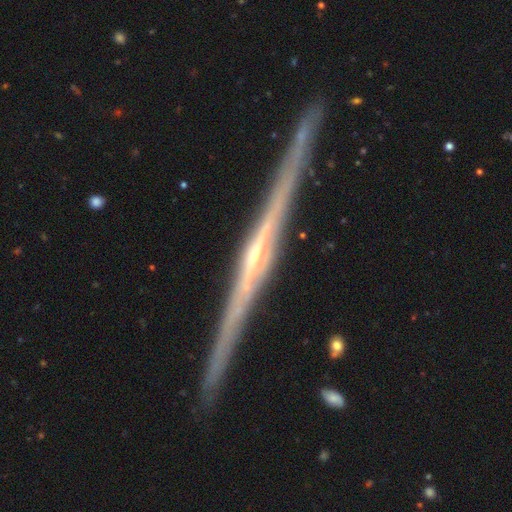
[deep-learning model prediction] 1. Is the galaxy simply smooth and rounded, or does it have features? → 88% featured or disk, 6% star or artifact, 6% smooth.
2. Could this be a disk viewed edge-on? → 98% yes, 2% no.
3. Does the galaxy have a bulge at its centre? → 55% rounded, 31% none, 14% boxy.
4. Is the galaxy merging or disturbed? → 92% none, 5% minor disturbance, 1% major disturbance, 1% merger.